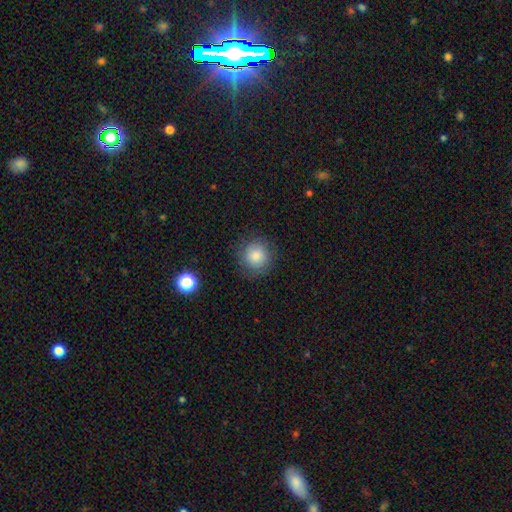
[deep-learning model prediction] smooth-or-featured: smooth: 79% | star or artifact: 11% | featured or disk: 10%
  how-rounded: round: 92% | in between: 7% | cigar-shaped: 1%
  merging: none: 85% | minor disturbance: 10% | major disturbance: 4% | merger: 1%